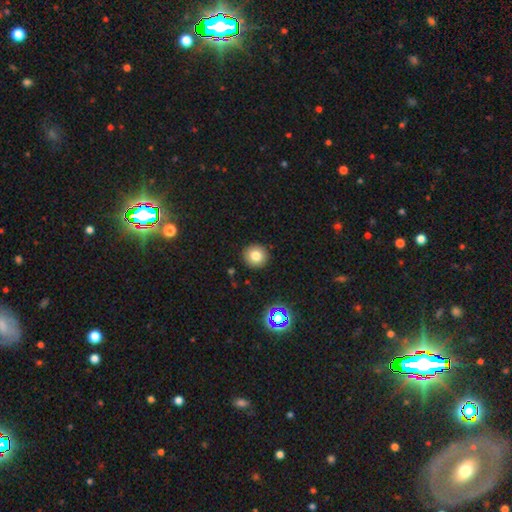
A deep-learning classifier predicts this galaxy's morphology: A smooth galaxy with no disk features (78%) that is round (94%). Merging: none (91%).